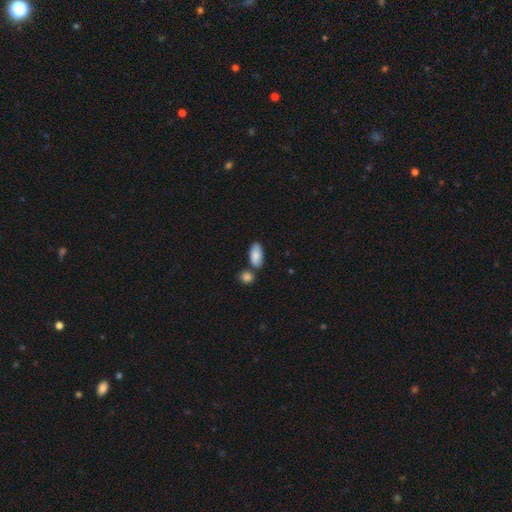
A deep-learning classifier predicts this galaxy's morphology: type=smooth (86%); roundness=in between (92%); merging=none (65%).